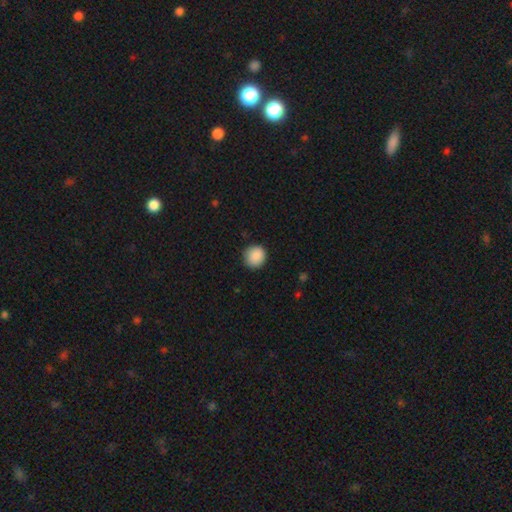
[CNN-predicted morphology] Overall: smooth (89%). How rounded: round (90%). Merging: none (88%).